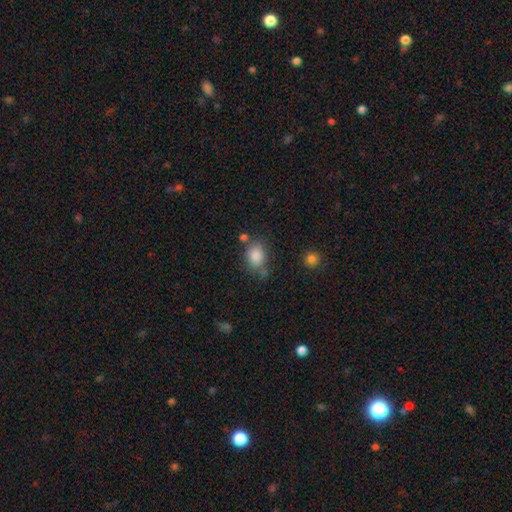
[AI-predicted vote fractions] Smooth or featured: smooth — 84% (star or artifact — 10%)
How rounded: in between — 65% (round — 33%)
Merging: none — 62% (minor disturbance — 19%)